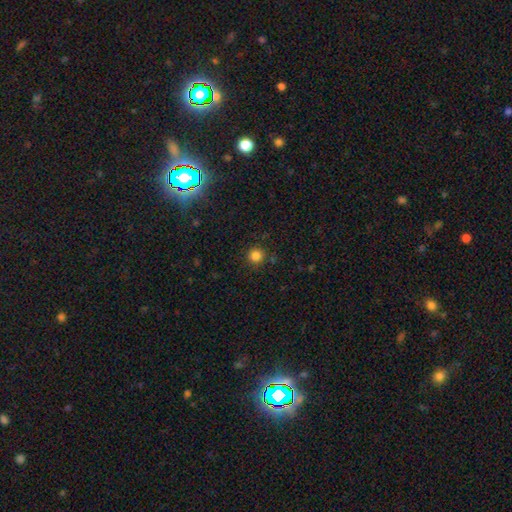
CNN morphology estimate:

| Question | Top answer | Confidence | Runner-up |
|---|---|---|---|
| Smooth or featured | smooth | 83% | star or artifact (13%) |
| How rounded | round | 94% | in between (5%) |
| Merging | none | 89% | minor disturbance (7%) |